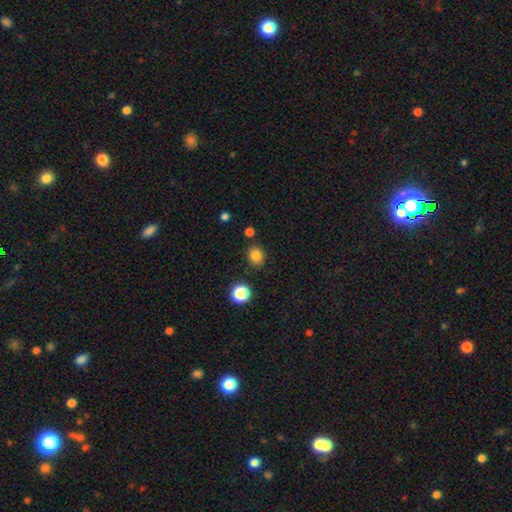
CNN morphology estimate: A smooth galaxy with no disk features (81%) that is round (74%).

Vote fractions:
- Smooth or featured? smooth: 81% / star or artifact: 13% / featured or disk: 6%
- How rounded? round: 74% / in between: 25% / cigar-shaped: 1%
- Merging? none: 86% / minor disturbance: 8% / merger: 4% / major disturbance: 2%